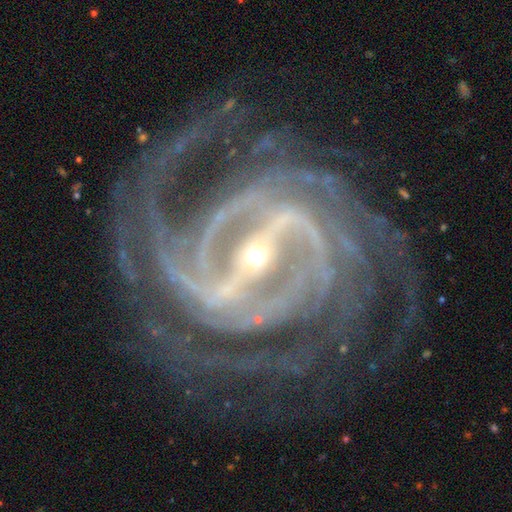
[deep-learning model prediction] Smooth or featured: featured or disk — 94% (star or artifact — 4%)
Edge-on disk: no — 97% (yes — 3%)
Bar: strong — 81% (weak — 14%)
Spiral arms: yes — 99% (no — 1%)
Spiral winding: tight — 66% (medium — 29%)
Spiral arm count: 4 — 25% (more than 4 — 19%)
Bulge size: small — 74% (moderate — 22%)
Merging: none — 77% (minor disturbance — 13%)